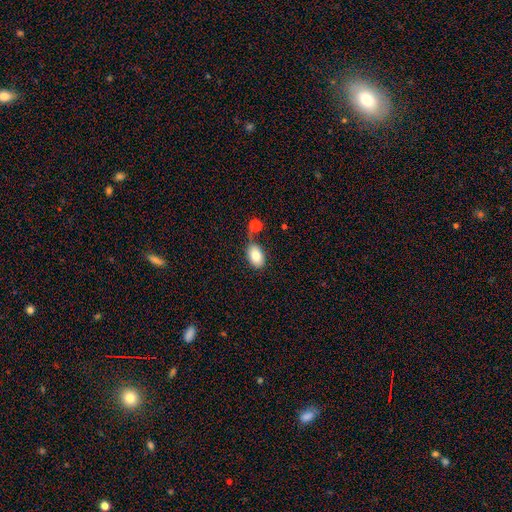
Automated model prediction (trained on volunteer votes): smooth_or_featured: smooth (p=0.81) [alt: featured or disk p=0.12]
how_rounded: in between (p=0.87) [alt: round p=0.11]
merging: none (p=0.52) [alt: merger p=0.22]